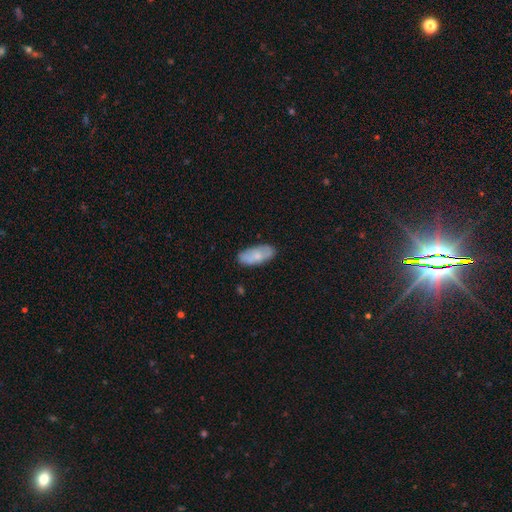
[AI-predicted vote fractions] The model was most divided on "smooth or featured": smooth: 69%, featured or disk: 25%, star or artifact: 6%. More confident: how rounded — in between (87%); merging — none (77%).